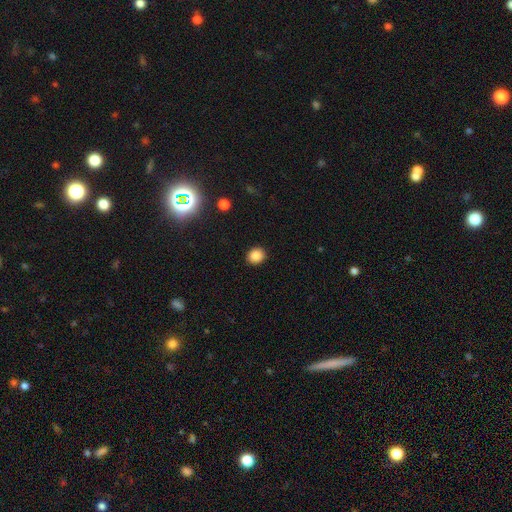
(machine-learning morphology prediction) A smooth galaxy with no disk features (86%) that is round (78%).

Vote fractions:
- Smooth or featured? smooth: 86% / star or artifact: 10% / featured or disk: 4%
- How rounded? round: 78% / in between: 21% / cigar-shaped: 1%
- Merging? none: 90% / minor disturbance: 7% / major disturbance: 2% / merger: 1%